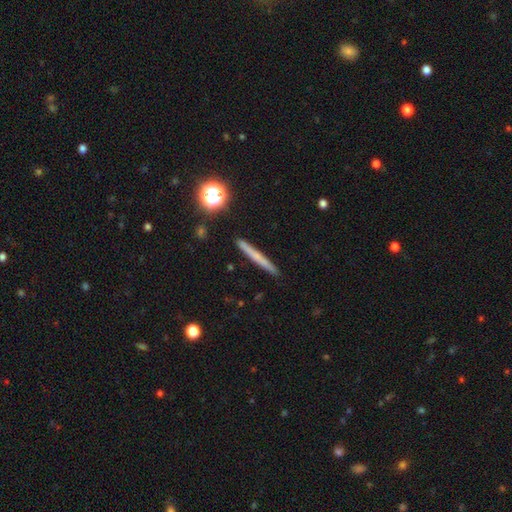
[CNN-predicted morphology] Smooth or featured?
  - smooth: 54% *
  - featured or disk: 37%
  - star or artifact: 9%
How rounded?
  - cigar-shaped: 95% *
  - round: 3%
  - in between: 3%
Merging?
  - none: 91% *
  - minor disturbance: 6%
  - merger: 1%
  - major disturbance: 1%